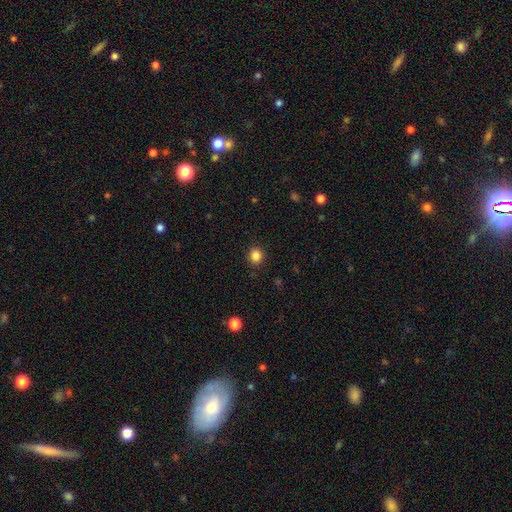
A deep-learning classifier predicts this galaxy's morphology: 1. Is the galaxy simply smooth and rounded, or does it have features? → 85% smooth, 12% star or artifact, 3% featured or disk.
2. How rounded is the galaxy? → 88% round, 11% in between, 1% cigar-shaped.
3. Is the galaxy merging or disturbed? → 90% none, 6% minor disturbance, 2% major disturbance, 1% merger.